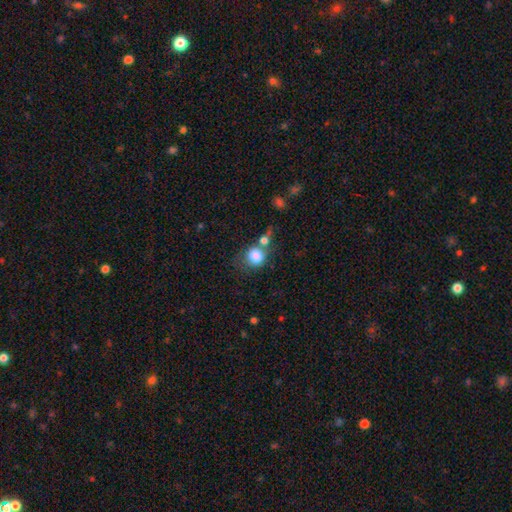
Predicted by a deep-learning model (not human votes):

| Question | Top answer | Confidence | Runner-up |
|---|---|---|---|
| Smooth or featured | smooth | 81% | featured or disk (10%) |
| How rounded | round | 77% | in between (22%) |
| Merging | none | 44% | merger (33%) |